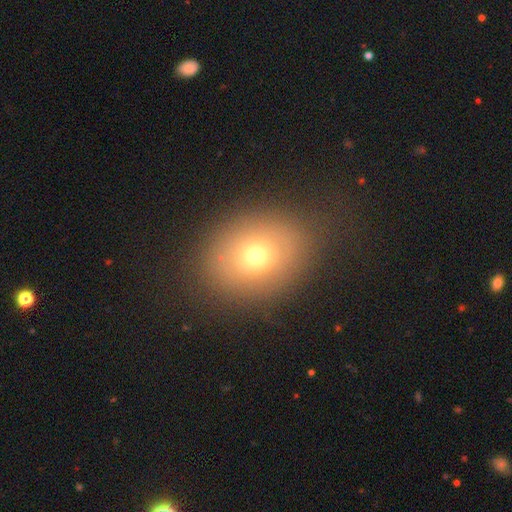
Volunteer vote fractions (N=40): A smooth galaxy with no disk features (65%) that is round (50%, tied with in between).

Vote fractions:
- Smooth or featured? smooth: 65% / featured or disk: 22% / star or artifact: 12%
- How rounded? round: 50% (tied) / in between: 50% (tied) / cigar-shaped: 0%
- Merging? none: 80% / minor disturbance: 20% / major disturbance: 0% / merger: 0%